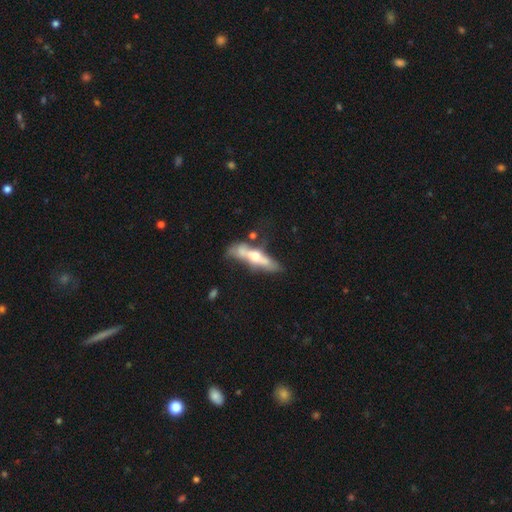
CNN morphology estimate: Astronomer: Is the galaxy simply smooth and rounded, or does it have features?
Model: featured or disk — 59% (runner-up: smooth, 34%).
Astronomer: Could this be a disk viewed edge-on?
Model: yes — 63%.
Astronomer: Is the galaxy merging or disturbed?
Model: none — 38% (runner-up: minor disturbance, 22%).